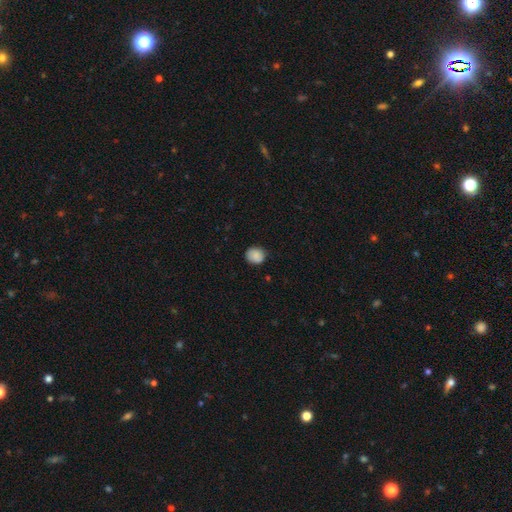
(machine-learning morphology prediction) smooth_or_featured: smooth (p=0.86) [alt: star or artifact p=0.08]
how_rounded: round (p=0.73) [alt: in between p=0.26]
merging: none (p=0.80) [alt: minor disturbance p=0.16]